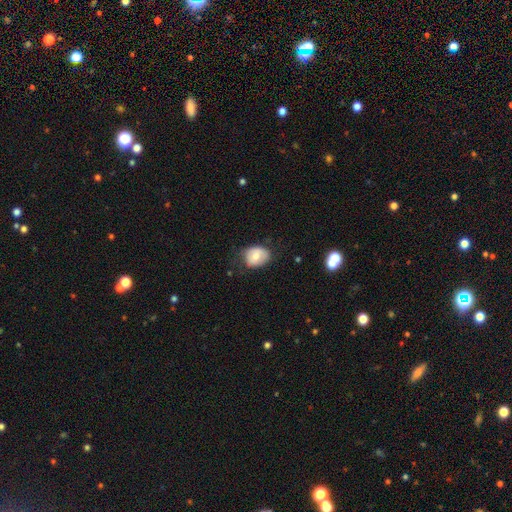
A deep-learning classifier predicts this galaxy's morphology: The model was most divided on "how rounded": in between: 58%, round: 41%, cigar-shaped: 1%. More confident: smooth or featured — smooth (69%); merging — none (60%).